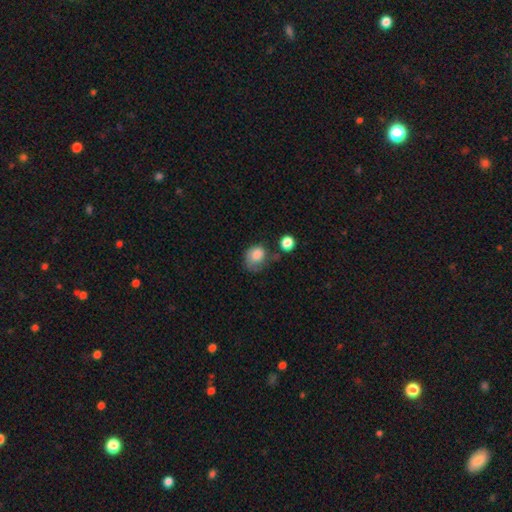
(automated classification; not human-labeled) The model was most divided on "merging": none: 36%, minor disturbance: 30%, major disturbance: 24%, merger: 10%. More confident: smooth or featured — smooth (78%); how rounded — round (56%).